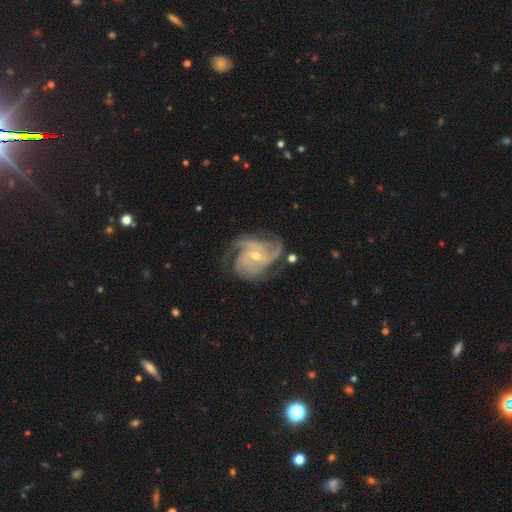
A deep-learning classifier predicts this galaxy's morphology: Q: Smooth or featured?
A: featured or disk (91%); runner-up: star or artifact (6%)
Q: Edge-on disk?
A: no (98%); runner-up: yes (2%)
Q: Bar?
A: no (58%); runner-up: weak (31%)
Q: Spiral arms?
A: yes (98%); runner-up: no (2%)
Q: Spiral winding?
A: tight (48%); runner-up: medium (42%)
Q: Spiral arm count?
A: 3 (44%); runner-up: 4 (24%)
Q: Bulge size?
A: small (56%); runner-up: moderate (41%)
Q: Merging?
A: none (66%); runner-up: minor disturbance (20%)